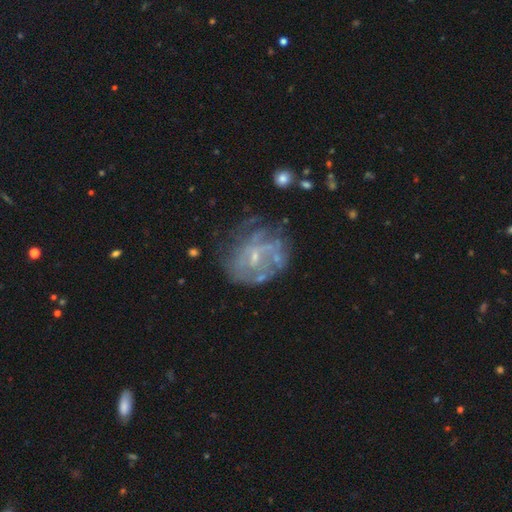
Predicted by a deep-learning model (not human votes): featured or disk 69%, smooth 19%, star or artifact 11%. Down the decision tree: edge-on disk — no (98%); bar — no (60%); spiral arms — no (50%, tied with yes); bulge size — small (68%); merging — none (47%).